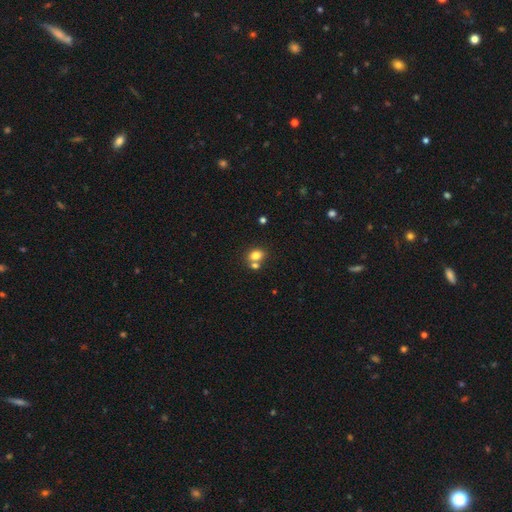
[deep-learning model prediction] Morphology: type=smooth (79%); roundness=in between (51%); merging=none (53%).